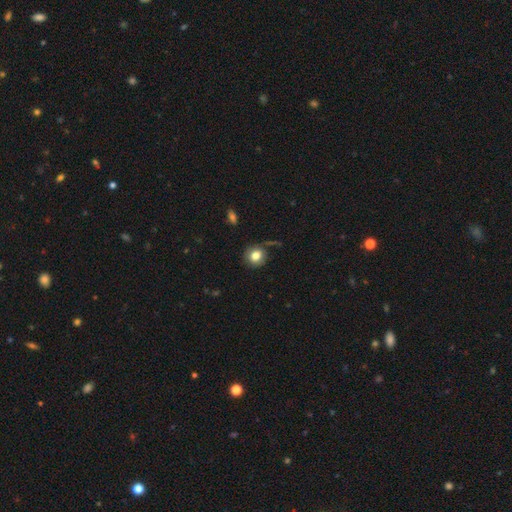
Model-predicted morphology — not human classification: smooth 81%, star or artifact 10%, featured or disk 9%. Down the decision tree: how rounded — round (87%); merging — none (78%).